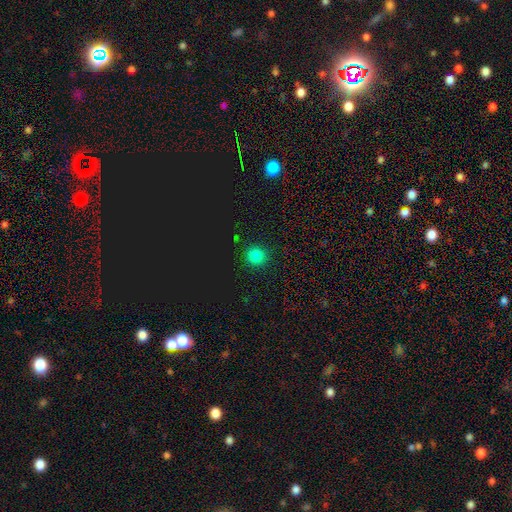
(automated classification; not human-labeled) A smooth galaxy with no disk features (79%) that is round (93%).

Vote fractions:
- Smooth or featured? smooth: 79% / star or artifact: 17% / featured or disk: 4%
- How rounded? round: 93% / in between: 6% / cigar-shaped: 1%
- Merging? none: 91% / minor disturbance: 6% / major disturbance: 2% / merger: 1%